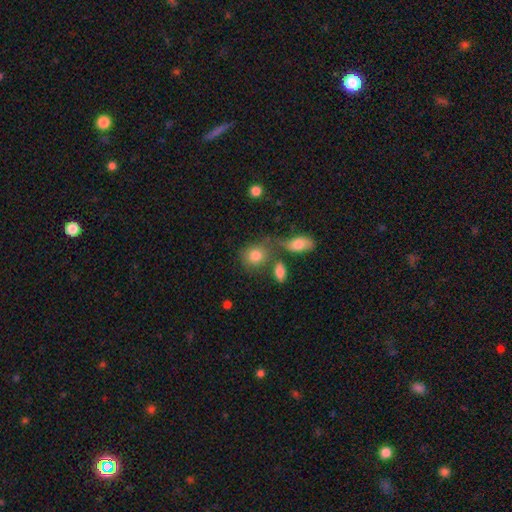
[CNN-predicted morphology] Q: Smooth or featured?
A: smooth (81%); runner-up: featured or disk (10%)
Q: How rounded?
A: round (54%); runner-up: in between (44%)
Q: Merging?
A: none (56%); runner-up: merger (22%)